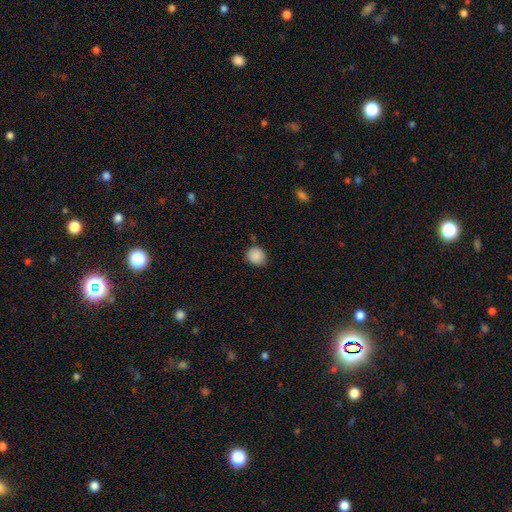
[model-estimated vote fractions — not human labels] Smooth or featured? smooth (88%)
How rounded? round (78%)
Merging? none (81%)